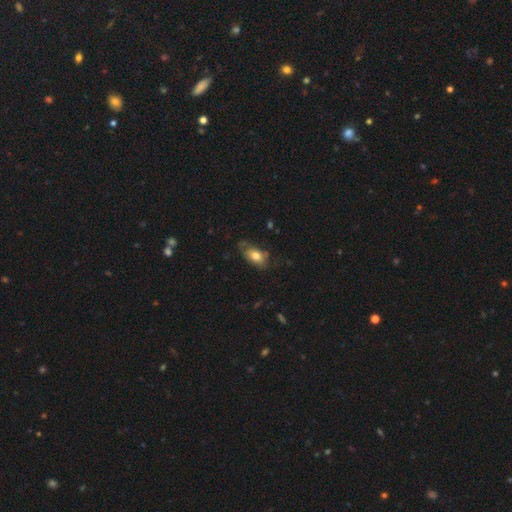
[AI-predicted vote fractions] smooth 72%, featured or disk 20%, star or artifact 7%. Down the decision tree: how rounded — in between (88%); merging — none (55%).